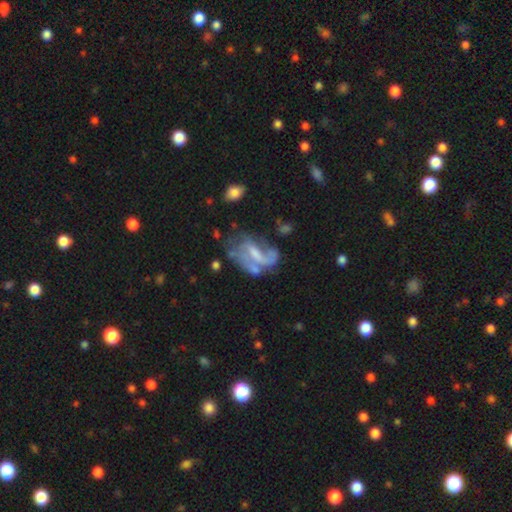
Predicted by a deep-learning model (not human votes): A featured or disk galaxy (73%) with a weak bar (44%), 2 (43%) loose (41%) spiral arms (74%) and no central bulge (31%, tied with small and moderate). Merging: none (35%).